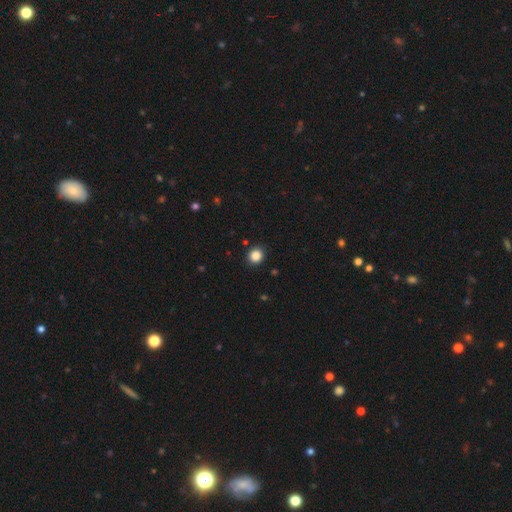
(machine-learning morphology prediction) smooth-or-featured: smooth: 86% | star or artifact: 11% | featured or disk: 3%
  how-rounded: round: 85% | in between: 14% | cigar-shaped: 1%
  merging: none: 91% | minor disturbance: 6% | major disturbance: 2% | merger: 1%